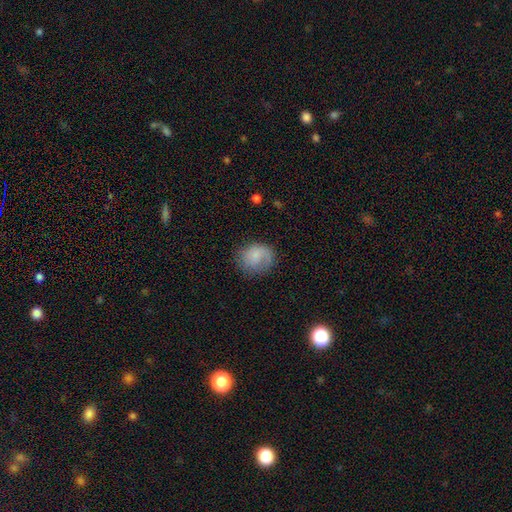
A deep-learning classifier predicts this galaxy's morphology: smooth_or_featured: smooth (p=0.70) [alt: featured or disk p=0.21]
how_rounded: round (p=0.65) [alt: in between p=0.34]
merging: none (p=0.60) [alt: minor disturbance p=0.25]